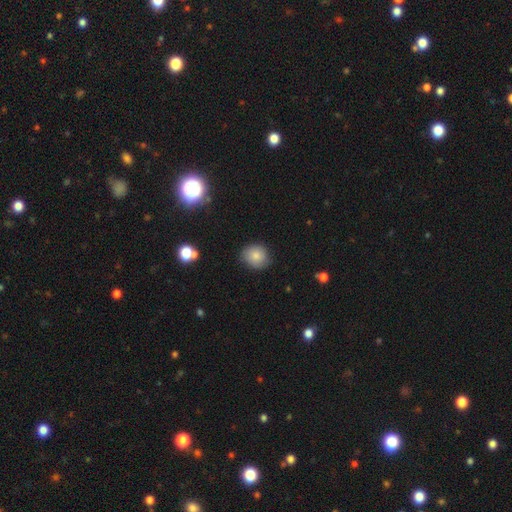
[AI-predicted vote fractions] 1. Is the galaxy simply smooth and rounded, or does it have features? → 80% smooth, 11% featured or disk, 9% star or artifact.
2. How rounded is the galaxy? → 74% round, 25% in between, 1% cigar-shaped.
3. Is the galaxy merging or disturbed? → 79% none, 17% minor disturbance, 3% major disturbance, 1% merger.